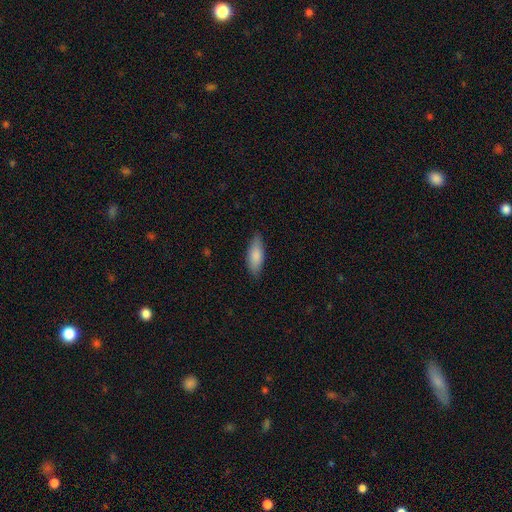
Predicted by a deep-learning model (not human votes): smooth-or-featured: smooth: 85% | featured or disk: 9% | star or artifact: 6%
  how-rounded: in between: 73% | cigar-shaped: 25% | round: 2%
  merging: none: 83% | minor disturbance: 14% | major disturbance: 2% | merger: 1%